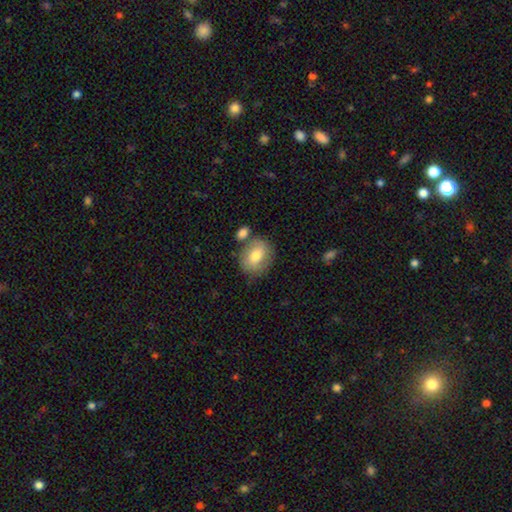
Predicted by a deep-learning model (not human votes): Smooth or featured? Predicted: smooth (p=0.72). How rounded? Predicted: in between (p=0.52). Merging? Predicted: none (p=0.68).